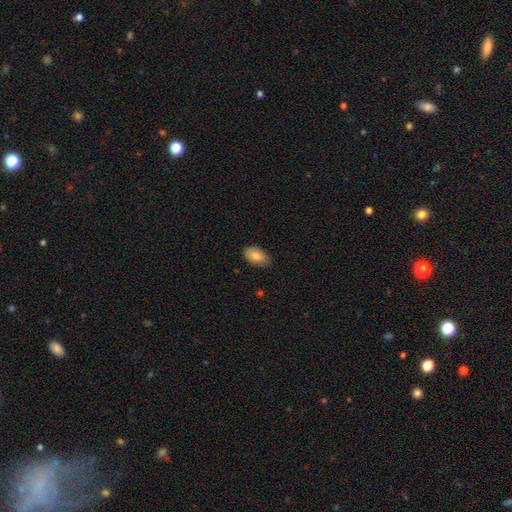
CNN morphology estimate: Q: Smooth or featured?
A: smooth (84%); runner-up: featured or disk (10%)
Q: How rounded?
A: in between (93%); runner-up: round (5%)
Q: Merging?
A: none (84%); runner-up: minor disturbance (13%)